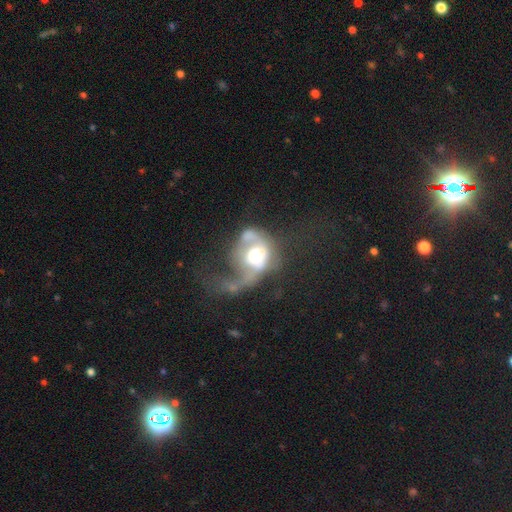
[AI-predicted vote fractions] Smooth or featured? featured or disk (56%)
Edge-on disk? no (96%)
Bar? no (71%)
Spiral arms? no (57%)
Bulge size? moderate (52%)
Merging? major disturbance (58%)